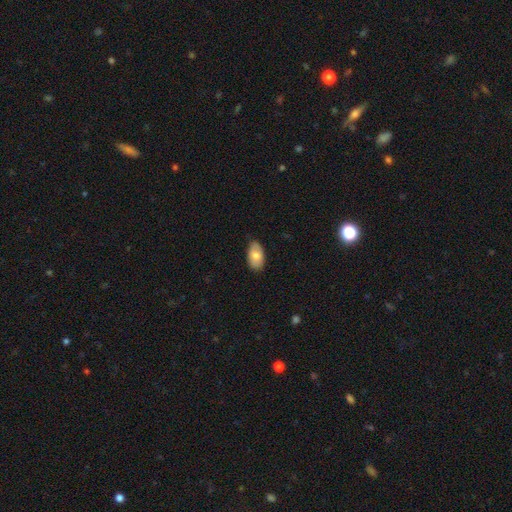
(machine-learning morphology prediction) Smooth or featured: smooth — 76% (featured or disk — 18%)
How rounded: in between — 94% (round — 4%)
Merging: none — 84% (minor disturbance — 13%)